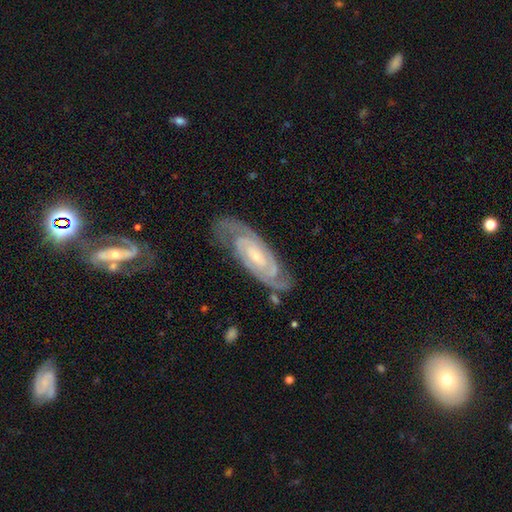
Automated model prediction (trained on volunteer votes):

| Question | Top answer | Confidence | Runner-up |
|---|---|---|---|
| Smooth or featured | featured or disk | 90% | smooth (5%) |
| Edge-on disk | no | 94% | yes (6%) |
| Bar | no | 44% | weak (39%) |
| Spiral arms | yes | 98% | no (2%) |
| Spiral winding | tight | 70% | medium (26%) |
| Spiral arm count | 2 | 80% | can't tell (7%) |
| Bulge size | small | 66% | moderate (27%) |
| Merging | none | 79% | minor disturbance (15%) |